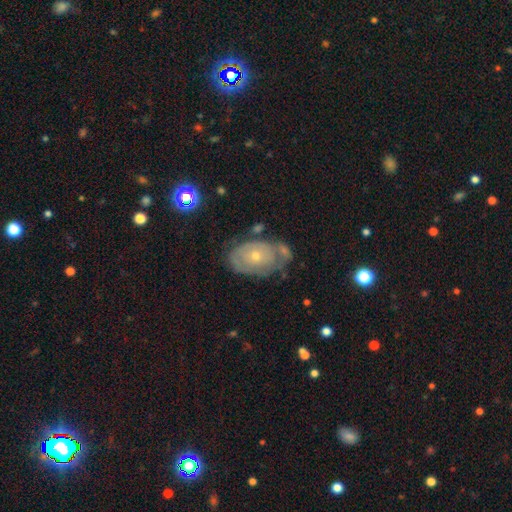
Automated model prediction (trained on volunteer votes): Morphology: type=featured or disk (65%); edge-on=no (94%); bar=no (88%); spiral arms=yes (54%); bulge=small (64%); merging=none (58%).